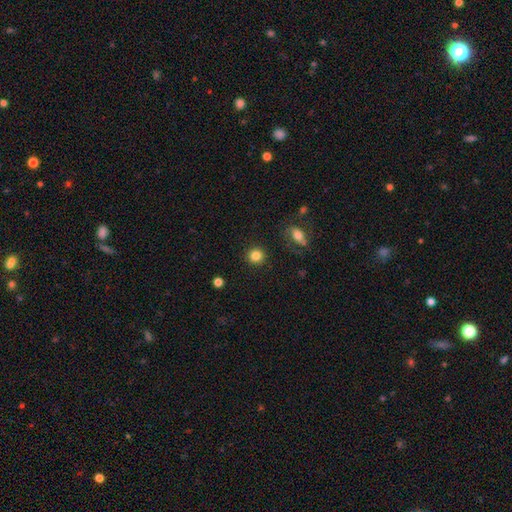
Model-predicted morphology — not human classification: smooth_or_featured: smooth (p=0.84) [alt: star or artifact p=0.11]
how_rounded: round (p=0.91) [alt: in between p=0.08]
merging: none (p=0.90) [alt: minor disturbance p=0.06]